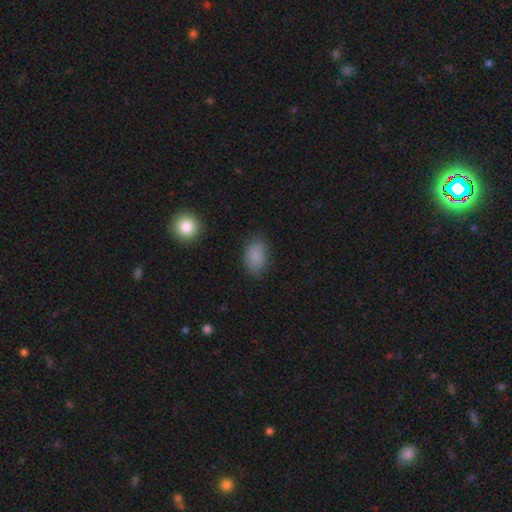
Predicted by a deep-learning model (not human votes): Overall: smooth (87%). How rounded: in between (89%). Merging: none (81%).